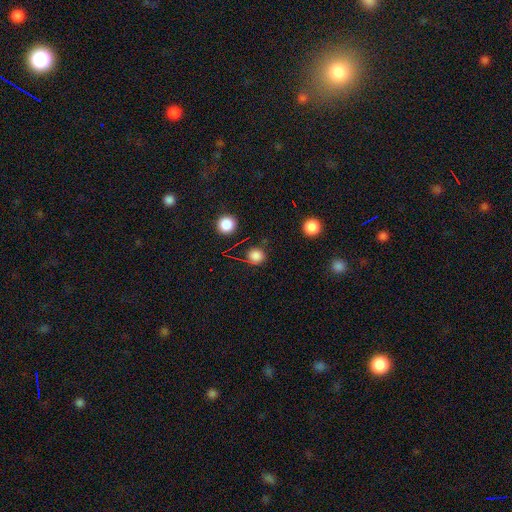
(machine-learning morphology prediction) smooth_or_featured: smooth (p=0.78) [alt: star or artifact p=0.17]
how_rounded: round (p=0.89) [alt: in between p=0.10]
merging: none (p=0.81) [alt: minor disturbance p=0.12]